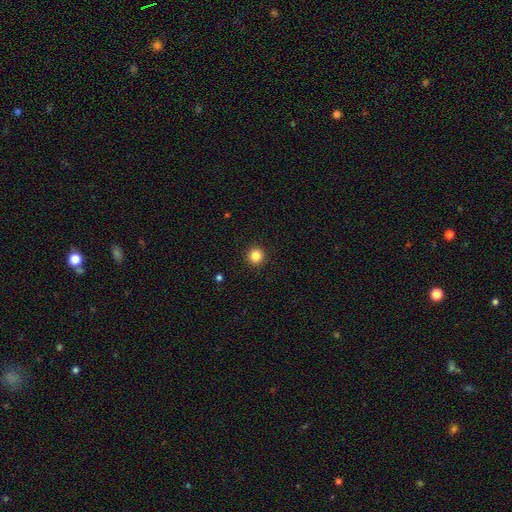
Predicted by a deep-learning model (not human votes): Morphology: type=smooth (85%); roundness=round (96%); merging=none (94%).